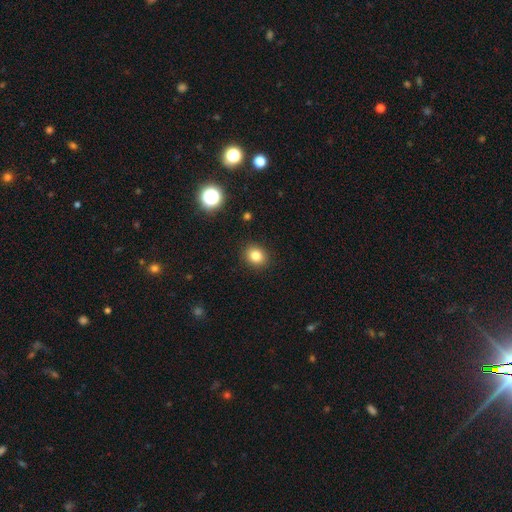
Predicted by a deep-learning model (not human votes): Morphology: type=smooth (82%); roundness=round (70%); merging=none (90%).